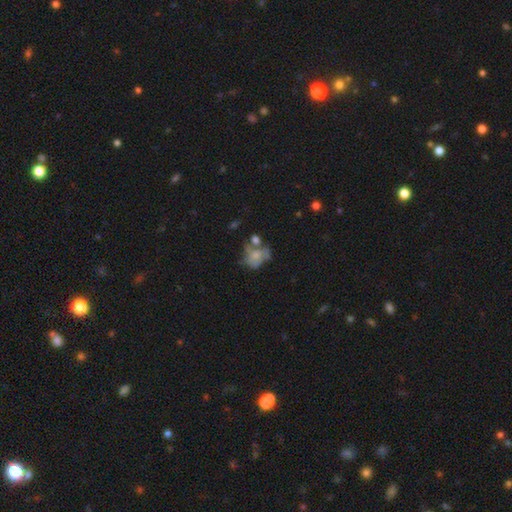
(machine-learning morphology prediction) type=smooth (55%); roundness=in between (57%); merging=merger (29%).